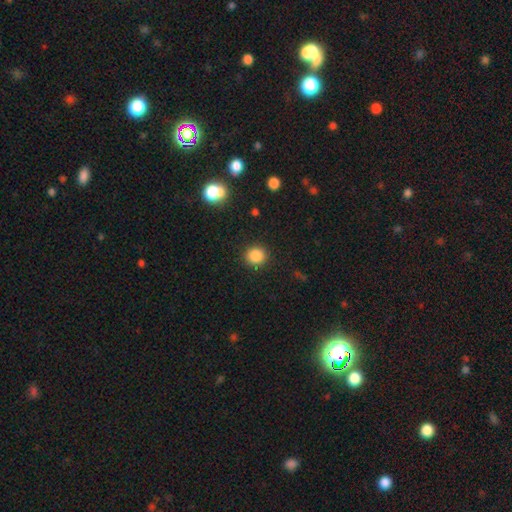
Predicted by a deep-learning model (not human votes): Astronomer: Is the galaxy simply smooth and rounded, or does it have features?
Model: smooth — 85%.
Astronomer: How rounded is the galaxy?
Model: round — 88%.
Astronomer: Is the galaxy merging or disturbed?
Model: none — 90%.